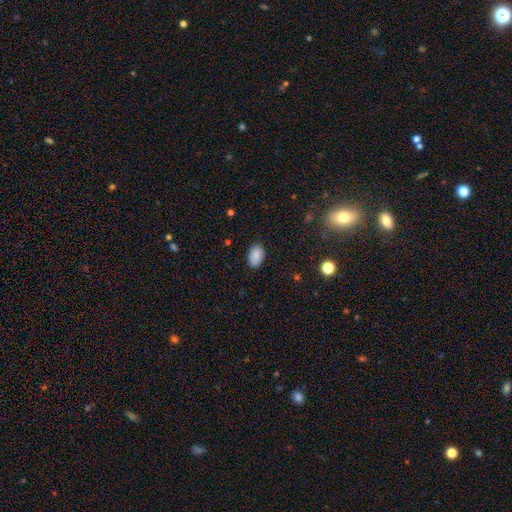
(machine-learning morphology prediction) This is clearly a smooth galaxy (85%). How rounded: clearly in between (88%). Merging: clearly none (84%).